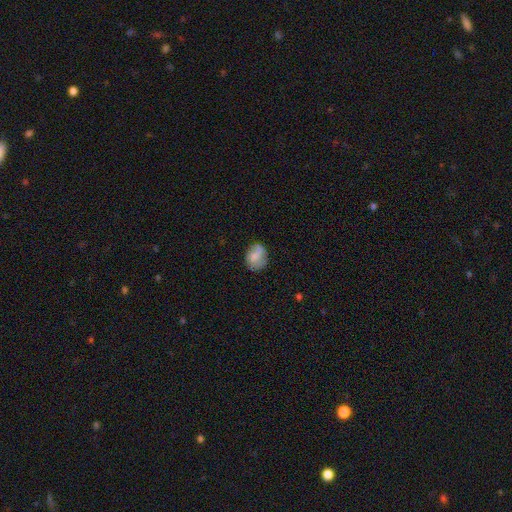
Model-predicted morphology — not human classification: Smooth or featured: smooth — 67% (featured or disk — 24%)
How rounded: round — 50% (in between — 49%)
Merging: none — 58% (minor disturbance — 28%)